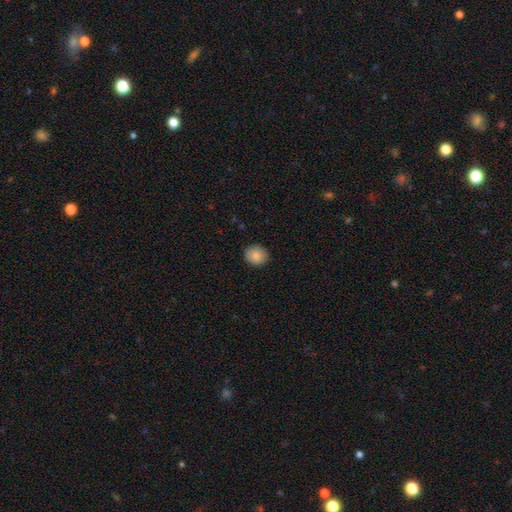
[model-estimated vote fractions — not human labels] Smooth or featured? smooth (86%)
How rounded? round (74%)
Merging? none (90%)